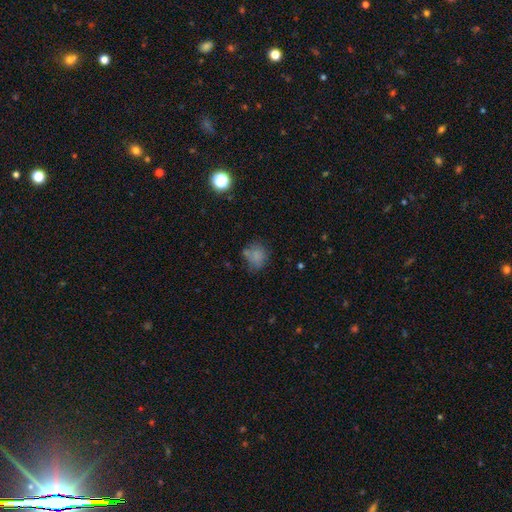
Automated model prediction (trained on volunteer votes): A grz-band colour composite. It shows a smooth galaxy with no disk features (75%) that is round (72%). Merging: none (58%).